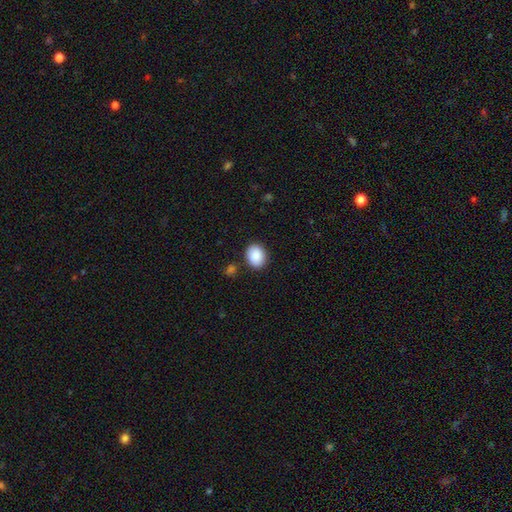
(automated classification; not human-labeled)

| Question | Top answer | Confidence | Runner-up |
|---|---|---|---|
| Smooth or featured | smooth | 90% | star or artifact (7%) |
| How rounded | in between | 57% | round (42%) |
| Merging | none | 85% | minor disturbance (10%) |